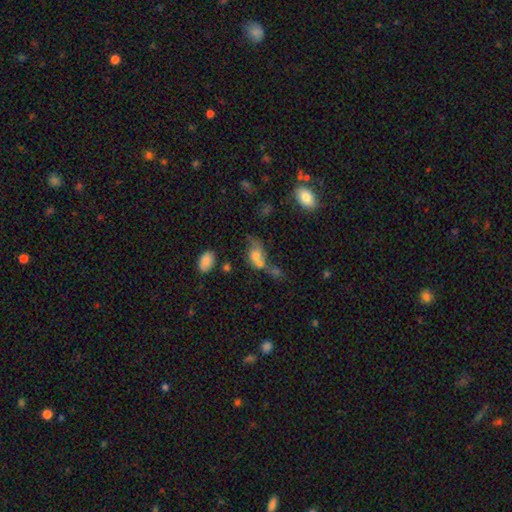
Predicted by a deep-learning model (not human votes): smooth_or_featured: smooth (p=0.62) [alt: featured or disk p=0.25]
how_rounded: in between (p=0.70) [alt: round p=0.27]
merging: merger (p=0.56) [alt: none p=0.21]